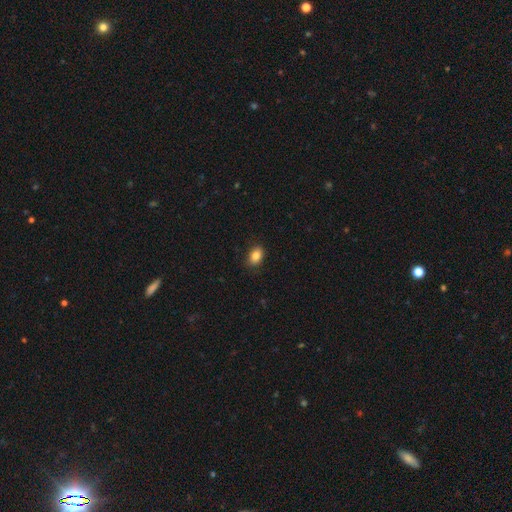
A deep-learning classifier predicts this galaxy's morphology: type=smooth (84%); roundness=in between (80%); merging=none (86%).